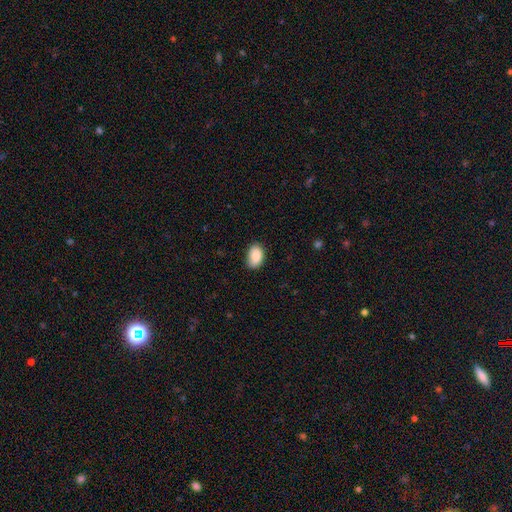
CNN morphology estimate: smooth 89%, star or artifact 7%, featured or disk 4%. Down the decision tree: how rounded — in between (88%); merging — none (78%).